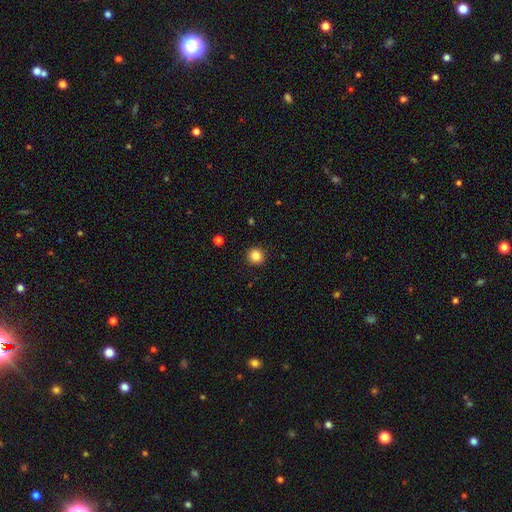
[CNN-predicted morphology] A smooth galaxy with no disk features (85%) that is round (95%).

Vote fractions:
- Smooth or featured? smooth: 85% / star or artifact: 11% / featured or disk: 4%
- How rounded? round: 95% / in between: 4% / cigar-shaped: 1%
- Merging? none: 93% / minor disturbance: 5% / major disturbance: 2% / merger: 1%